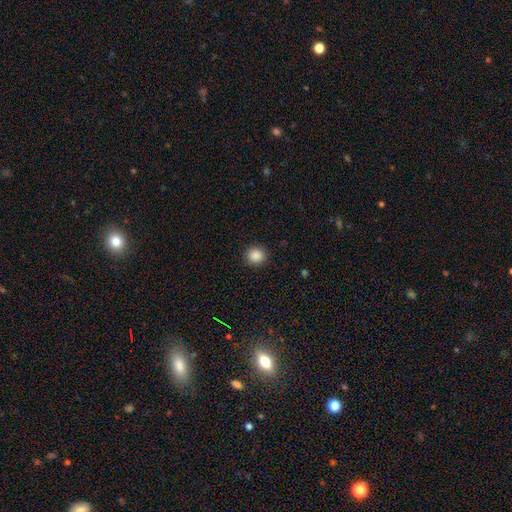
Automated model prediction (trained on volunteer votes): smooth-or-featured: smooth: 88% | star or artifact: 10% | featured or disk: 3%
  how-rounded: round: 87% | in between: 13% | cigar-shaped: 1%
  merging: none: 91% | minor disturbance: 6% | major disturbance: 2% | merger: 1%